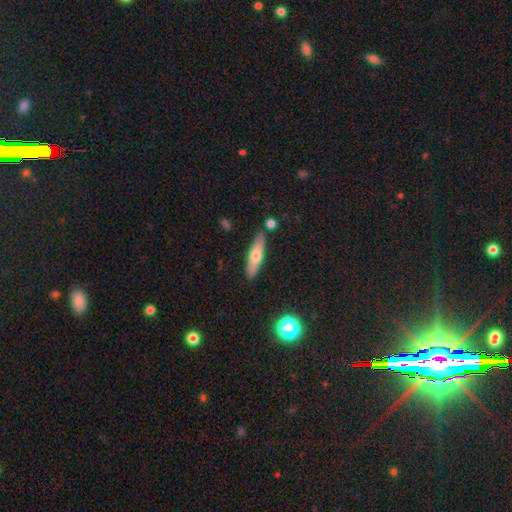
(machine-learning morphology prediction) Smooth or featured? smooth (57%)
How rounded? cigar-shaped (67%)
Merging? none (84%)